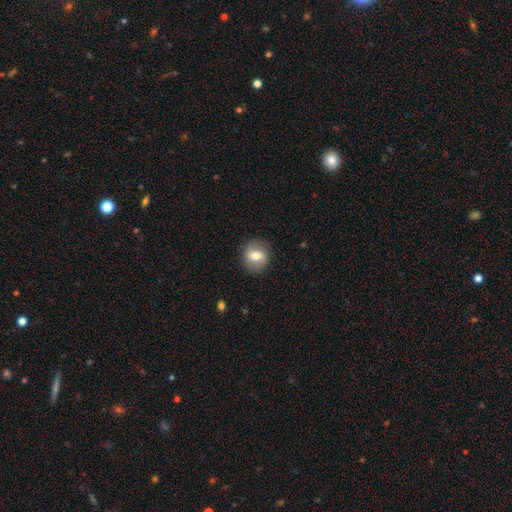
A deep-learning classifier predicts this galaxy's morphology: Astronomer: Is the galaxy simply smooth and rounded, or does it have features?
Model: smooth — 58%.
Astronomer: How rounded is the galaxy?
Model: round — 76%.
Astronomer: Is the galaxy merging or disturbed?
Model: none — 85%.